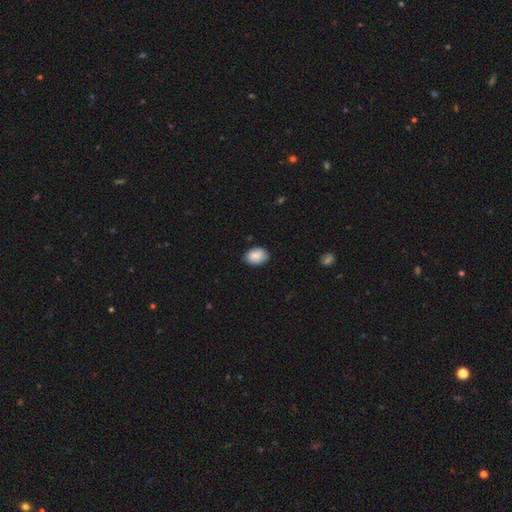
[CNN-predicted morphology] This is clearly a smooth galaxy (86%). How rounded: clearly in between (83%). Merging: likely none (79%).